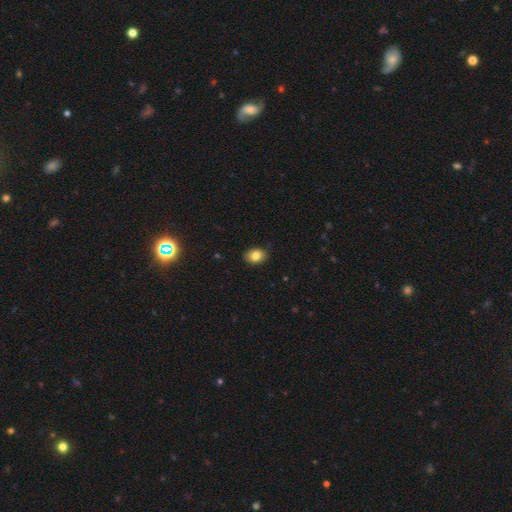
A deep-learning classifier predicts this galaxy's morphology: type=smooth (83%); roundness=in between (72%); merging=none (87%).